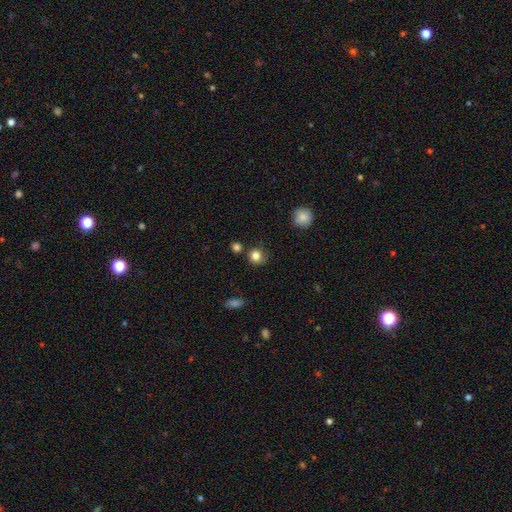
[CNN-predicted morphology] This appears to be a smooth galaxy with no disk features (82%) that is round (87%). Merging: none (74%).